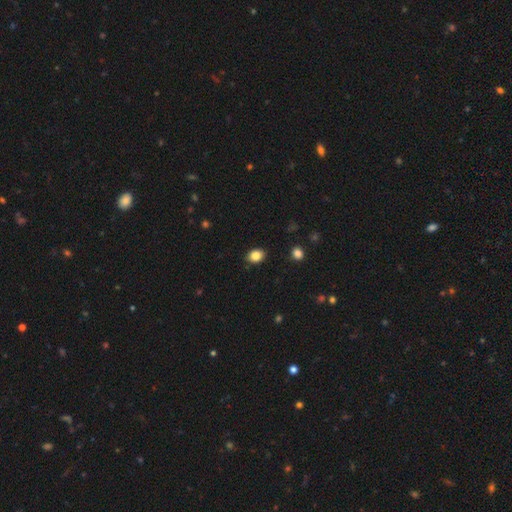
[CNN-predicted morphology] The model was most divided on "how rounded": in between: 68%, round: 31%, cigar-shaped: 1%. More confident: merging — none (88%); smooth or featured — smooth (86%).